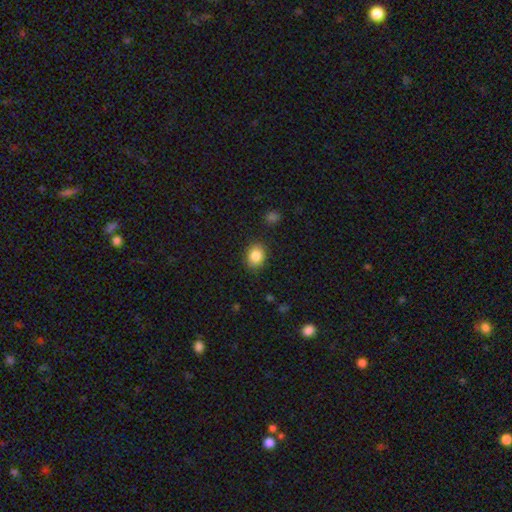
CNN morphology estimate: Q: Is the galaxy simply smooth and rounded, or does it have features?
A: smooth — 85%.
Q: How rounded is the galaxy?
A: round — 52%.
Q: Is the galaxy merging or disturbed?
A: none — 86%.